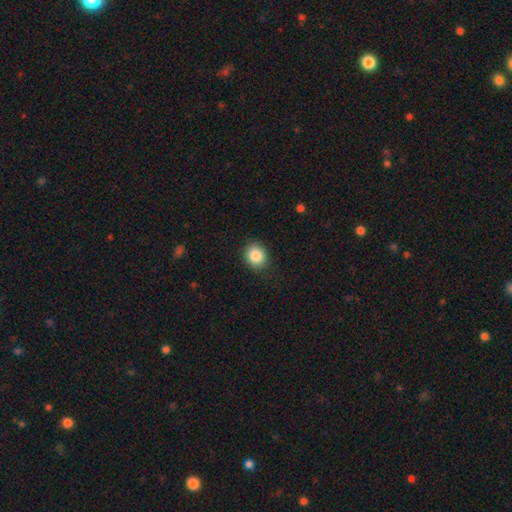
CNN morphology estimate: Smooth or featured? smooth (86%)
How rounded? round (72%)
Merging? none (88%)